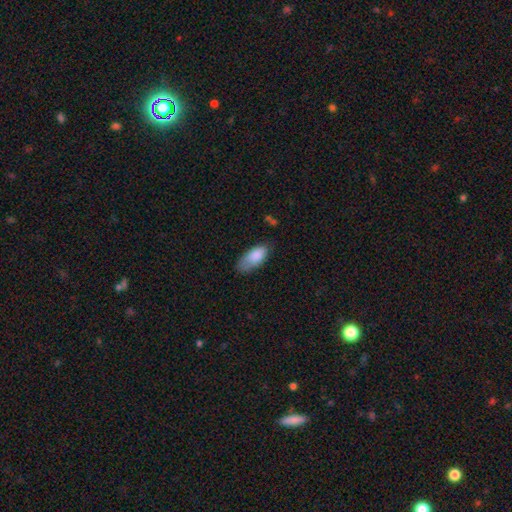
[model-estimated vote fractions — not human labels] smooth-or-featured: smooth: 85% | featured or disk: 8% | star or artifact: 7%
  how-rounded: in between: 89% | cigar-shaped: 8% | round: 2%
  merging: none: 53% | minor disturbance: 34% | major disturbance: 10% | merger: 2%